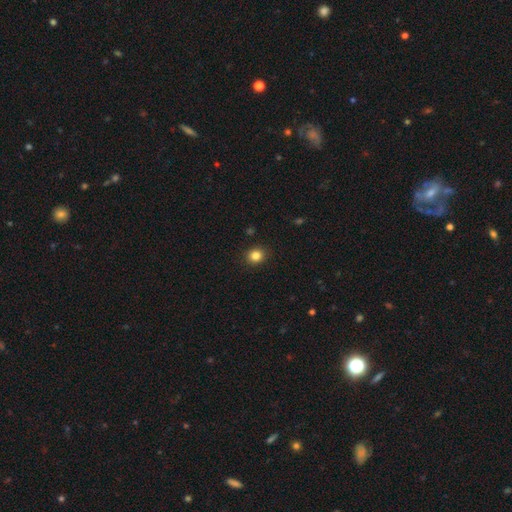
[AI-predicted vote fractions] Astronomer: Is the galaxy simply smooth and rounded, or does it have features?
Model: smooth — 84%.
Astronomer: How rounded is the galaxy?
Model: round — 81%.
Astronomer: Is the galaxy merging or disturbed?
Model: none — 91%.